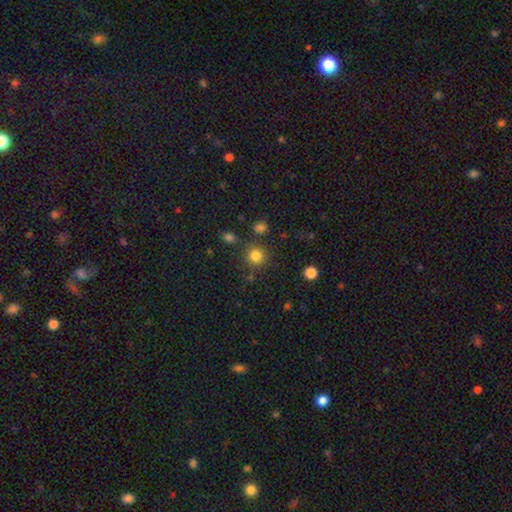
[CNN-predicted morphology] The model was most divided on "smooth or featured": smooth: 81%, star or artifact: 14%, featured or disk: 5%. More confident: how rounded — round (92%); merging — none (81%).